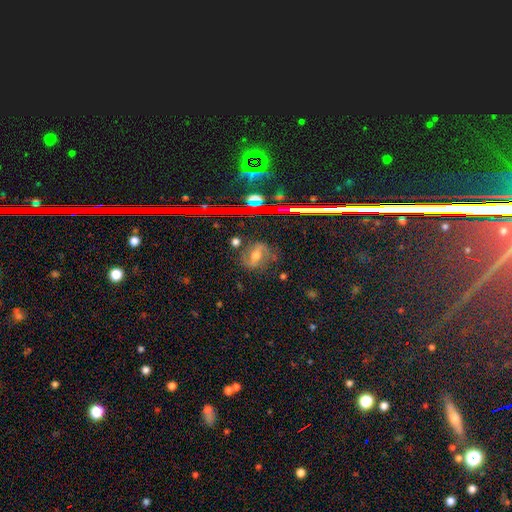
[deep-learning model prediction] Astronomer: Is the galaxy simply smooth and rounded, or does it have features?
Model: featured or disk — 56%.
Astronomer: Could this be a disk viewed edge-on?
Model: no — 89%.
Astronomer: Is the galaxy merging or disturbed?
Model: none — 71%.